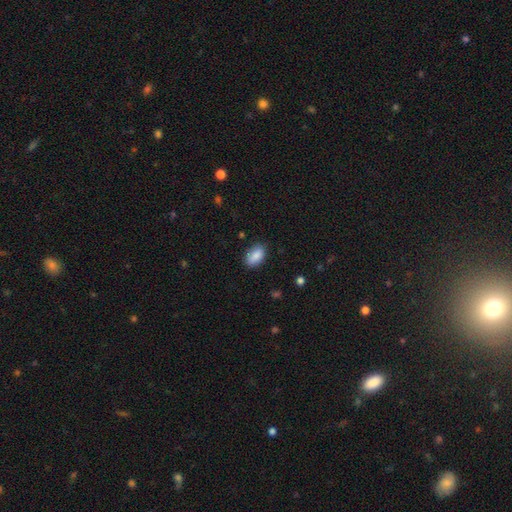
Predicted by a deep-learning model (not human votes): Smooth or featured? Predicted: smooth (p=0.88). How rounded? Predicted: in between (p=0.91). Merging? Predicted: none (p=0.81).